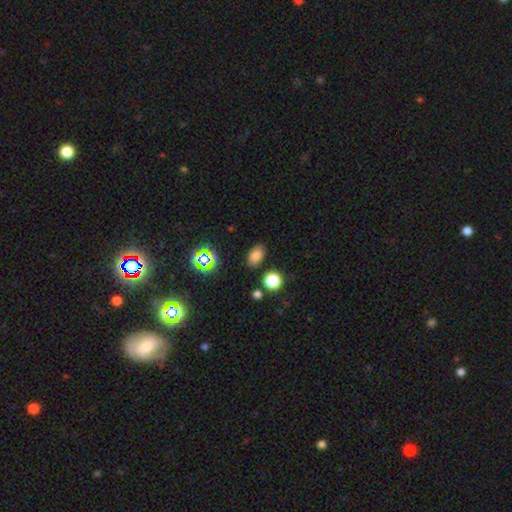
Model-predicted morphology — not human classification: Smooth or featured? Predicted: smooth (p=0.76). How rounded? Predicted: in between (p=0.86). Merging? Predicted: none (p=0.85).